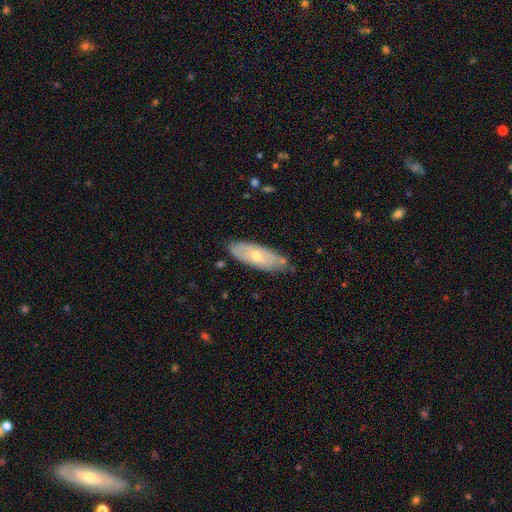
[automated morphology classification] Smooth or featured?
  - featured or disk: 47% * (tied)
  - smooth: 47% * (tied)
  - star or artifact: 7%
Merging?
  - none: 77% *
  - minor disturbance: 18%
  - major disturbance: 3%
  - merger: 2%